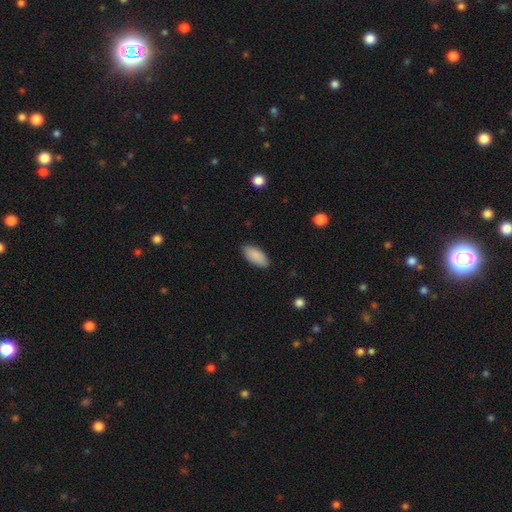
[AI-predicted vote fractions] A smooth galaxy with no disk features (90%) that is in between round and cigar-shaped (91%).

Vote fractions:
- Smooth or featured? smooth: 90% / star or artifact: 6% / featured or disk: 4%
- How rounded? in between: 91% / cigar-shaped: 7% / round: 2%
- Merging? none: 87% / minor disturbance: 10% / major disturbance: 2% / merger: 1%